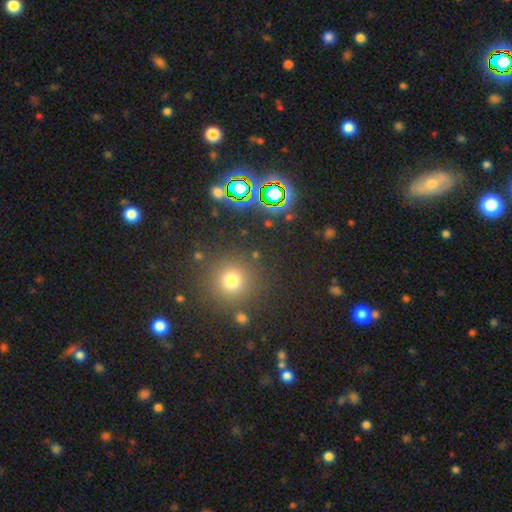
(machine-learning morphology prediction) Smooth or featured: smooth — 58% (star or artifact — 34%)
How rounded: round — 92% (in between — 6%)
Merging: none — 85% (minor disturbance — 7%)